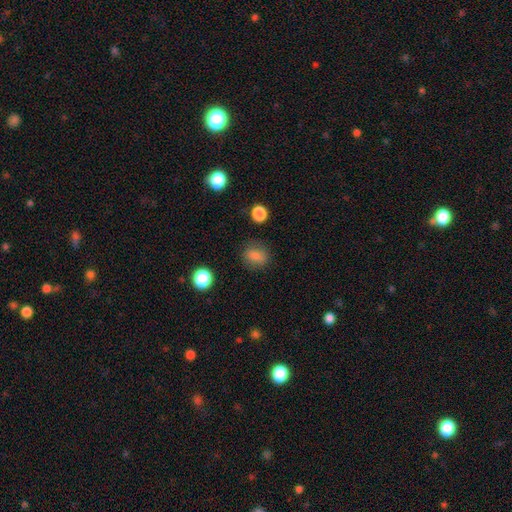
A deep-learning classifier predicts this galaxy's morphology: Smooth or featured?
  - smooth: 81% *
  - star or artifact: 11%
  - featured or disk: 7%
How rounded?
  - round: 60% *
  - in between: 38%
  - cigar-shaped: 1%
Merging?
  - none: 82% *
  - minor disturbance: 13%
  - major disturbance: 4%
  - merger: 2%